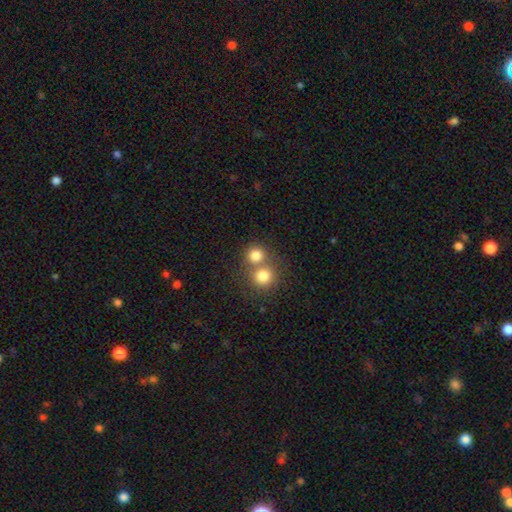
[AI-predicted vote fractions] This appears to be a smooth galaxy with no disk features (79%) that is round (89%). Merging: none (49%).